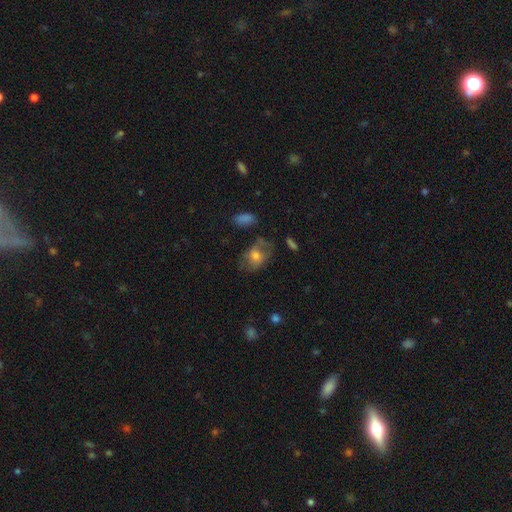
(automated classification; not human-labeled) Smooth or featured: smooth — 63% (featured or disk — 28%)
How rounded: in between — 75% (round — 23%)
Merging: none — 48% (minor disturbance — 28%)